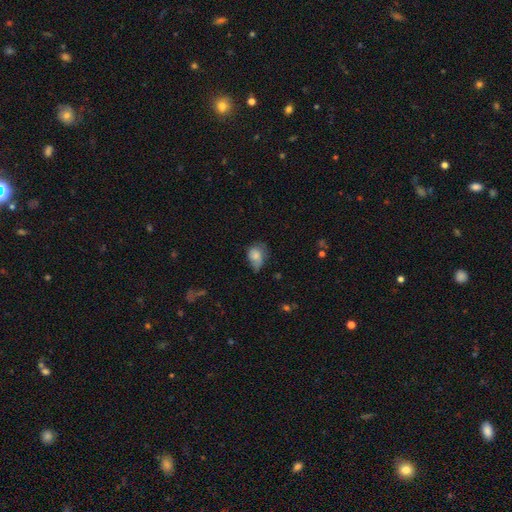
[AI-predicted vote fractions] Morphology: type=smooth (73%); roundness=in between (69%); merging=minor disturbance (43%).